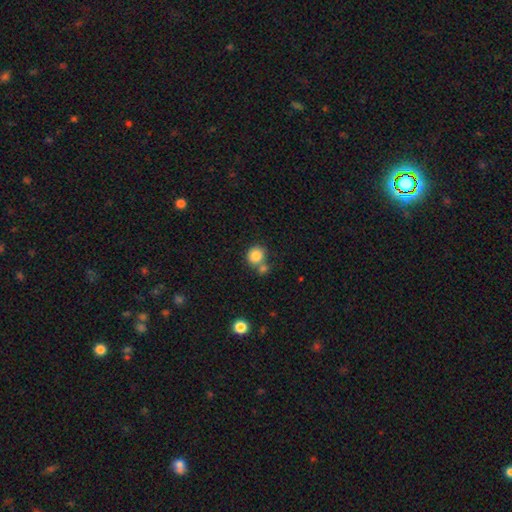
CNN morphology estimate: A smooth galaxy with no disk features (84%) that is round (81%).

Vote fractions:
- Smooth or featured? smooth: 84% / star or artifact: 9% / featured or disk: 7%
- How rounded? round: 81% / in between: 18% / cigar-shaped: 1%
- Merging? none: 54% / merger: 32% / minor disturbance: 10% / major disturbance: 4%